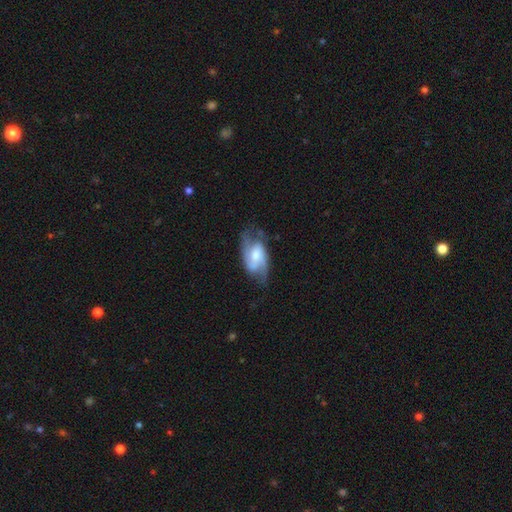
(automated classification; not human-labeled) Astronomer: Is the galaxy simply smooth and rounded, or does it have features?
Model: featured or disk — 74%.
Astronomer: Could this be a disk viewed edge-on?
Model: no — 95%.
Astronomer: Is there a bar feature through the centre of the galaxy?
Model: no — 46% (runner-up: weak, 42%).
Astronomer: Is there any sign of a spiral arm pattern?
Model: yes — 92%.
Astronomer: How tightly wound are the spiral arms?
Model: medium — 49% (runner-up: loose, 27%).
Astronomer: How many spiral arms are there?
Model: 2 — 75%.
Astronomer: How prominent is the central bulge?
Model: moderate — 53%.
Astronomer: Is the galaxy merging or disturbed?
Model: none — 61%.